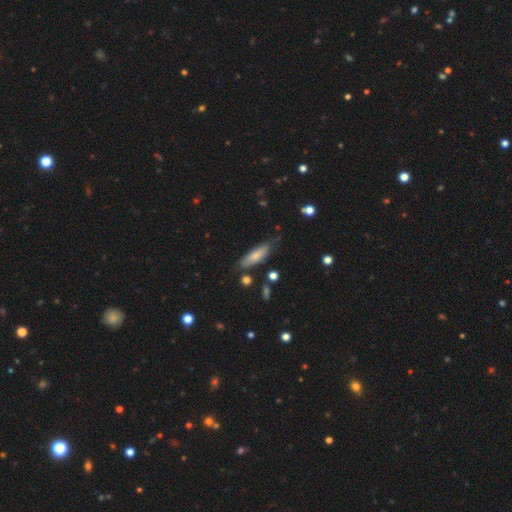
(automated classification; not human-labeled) This appears to be a smooth galaxy with no disk features (74%) that is cigar-shaped (51%). Merging: none (63%).